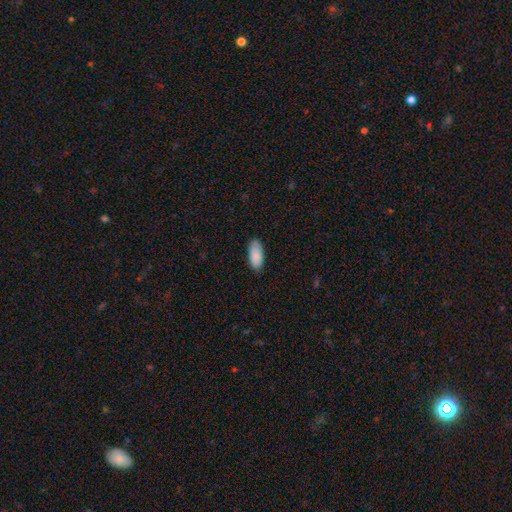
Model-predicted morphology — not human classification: smooth 89%, star or artifact 6%, featured or disk 5%. Down the decision tree: how rounded — in between (89%); merging — none (84%).